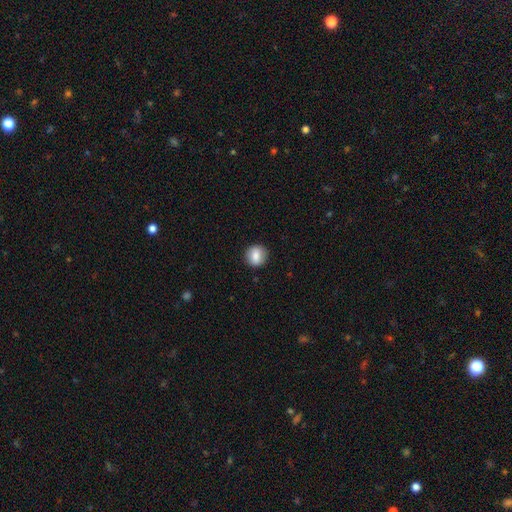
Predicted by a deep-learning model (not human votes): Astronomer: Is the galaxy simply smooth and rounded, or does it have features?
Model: smooth — 83%.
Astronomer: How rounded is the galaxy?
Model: round — 80%.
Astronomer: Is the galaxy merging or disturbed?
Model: none — 89%.